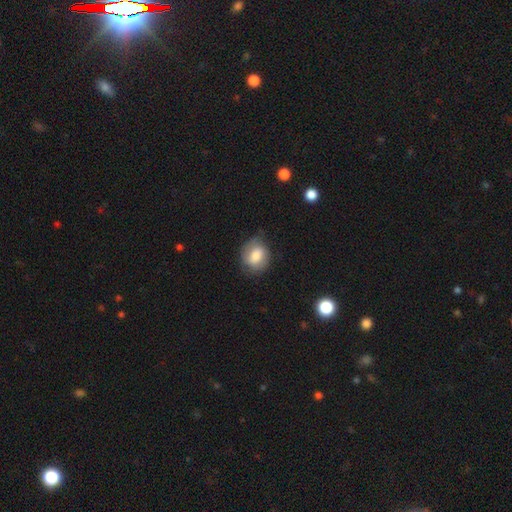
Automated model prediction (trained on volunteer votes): Q: Smooth or featured?
A: smooth (70%); runner-up: featured or disk (22%)
Q: How rounded?
A: round (51%); runner-up: in between (47%)
Q: Merging?
A: none (64%); runner-up: minor disturbance (26%)